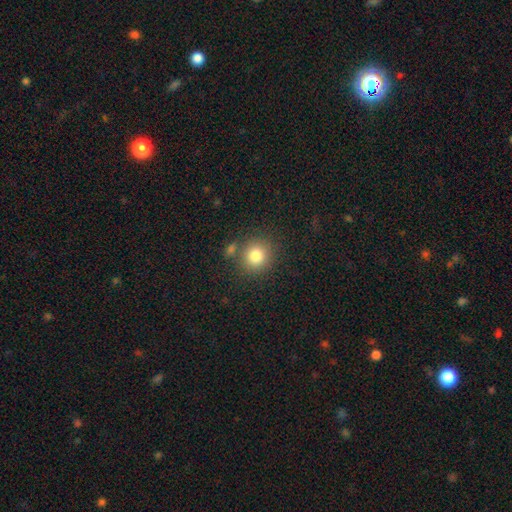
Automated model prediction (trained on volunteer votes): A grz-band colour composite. It shows a smooth galaxy with no disk features (82%) that is round (89%). Merging: none (77%).